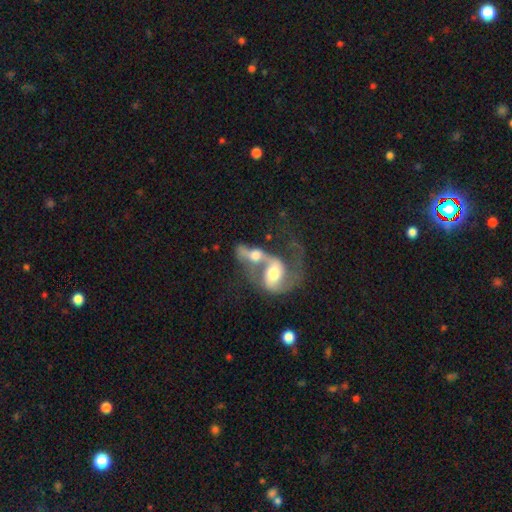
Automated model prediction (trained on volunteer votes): Morphology: type=featured or disk (68%); edge-on=no (93%); bar=no (55%); spiral arms=yes (79%); bulge=moderate (58%); merging=merger (80%).